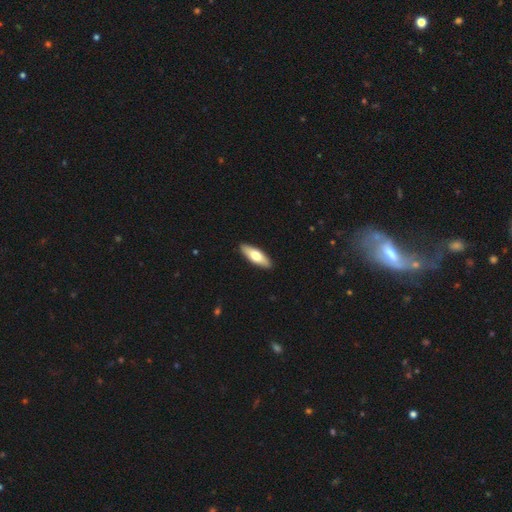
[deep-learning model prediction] Smooth or featured?
  - smooth: 65% *
  - featured or disk: 30%
  - star or artifact: 5%
How rounded?
  - in between: 55% *
  - cigar-shaped: 43%
  - round: 2%
Merging?
  - none: 91% *
  - minor disturbance: 7%
  - major disturbance: 1%
  - merger: 1%